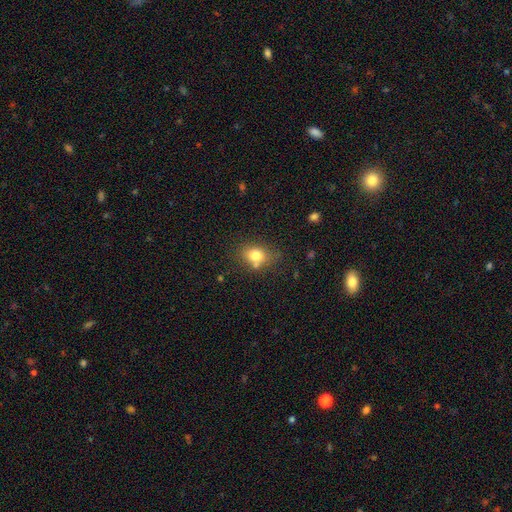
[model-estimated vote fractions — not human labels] Smooth or featured? Predicted: smooth (p=0.77). How rounded? Predicted: in between (p=0.55). Merging? Predicted: none (p=0.63).